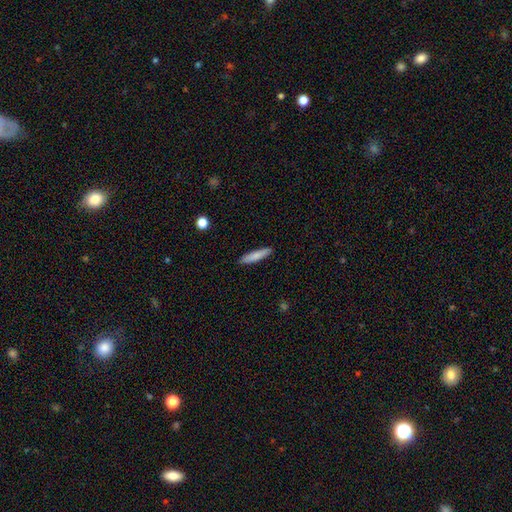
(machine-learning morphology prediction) type=smooth (82%); roundness=cigar-shaped (85%); merging=none (90%).